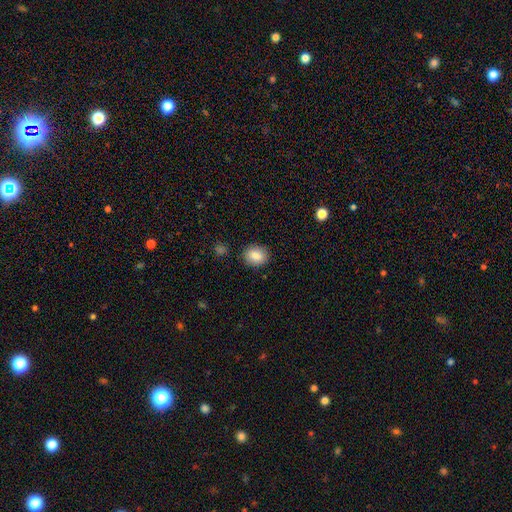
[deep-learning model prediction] This appears to be a smooth galaxy with no disk features (86%) that is round (52%). Merging: none (87%).